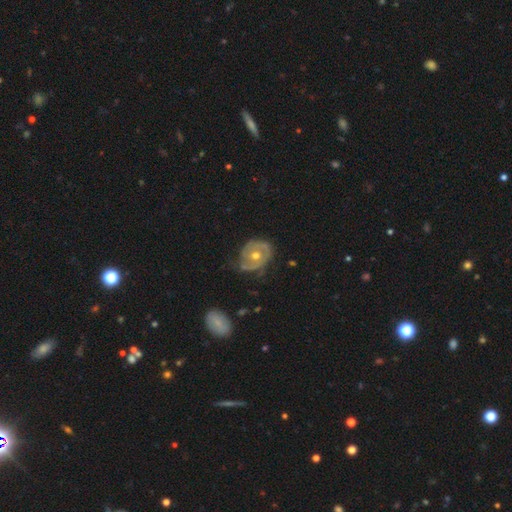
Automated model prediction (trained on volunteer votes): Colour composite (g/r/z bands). It shows a featured or disk galaxy (77%) with no bar (77%), 2 (50%) tight (53%) spiral arms (78%) and a moderate central bulge (74%). Merging: none (56%).